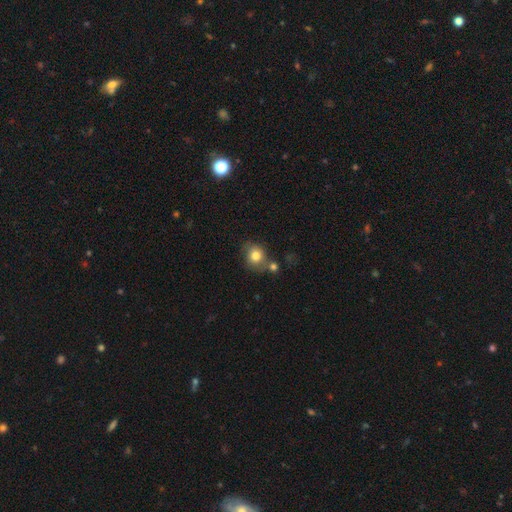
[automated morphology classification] type=smooth (80%); roundness=round (76%); merging=none (60%).